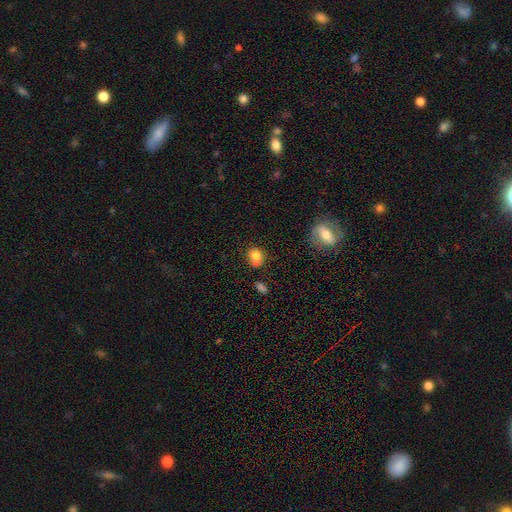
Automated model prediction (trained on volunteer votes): Overall: smooth (79%). How rounded: round (65%; in between 33%). Merging: none (51%; minor disturbance 27%).